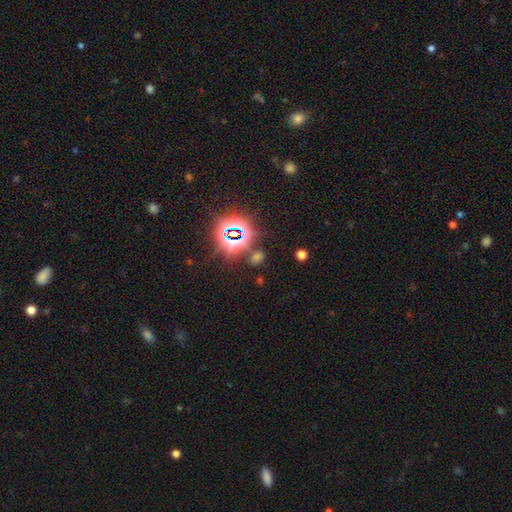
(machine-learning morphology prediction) type=star or artifact (73%).